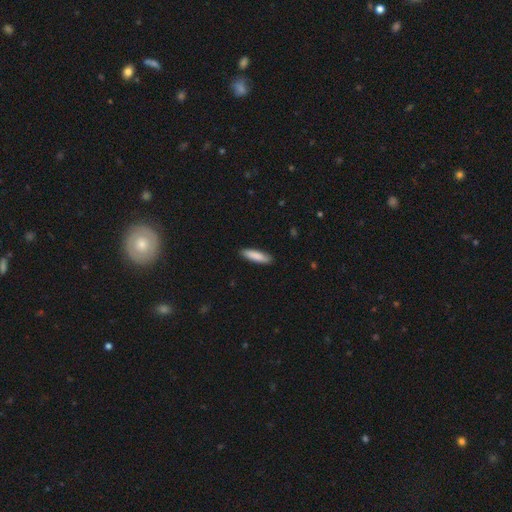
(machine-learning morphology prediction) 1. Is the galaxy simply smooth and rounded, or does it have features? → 86% smooth, 9% featured or disk, 5% star or artifact.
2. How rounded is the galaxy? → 71% cigar-shaped, 28% in between, 1% round.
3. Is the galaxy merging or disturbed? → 89% none, 9% minor disturbance, 2% major disturbance, 1% merger.